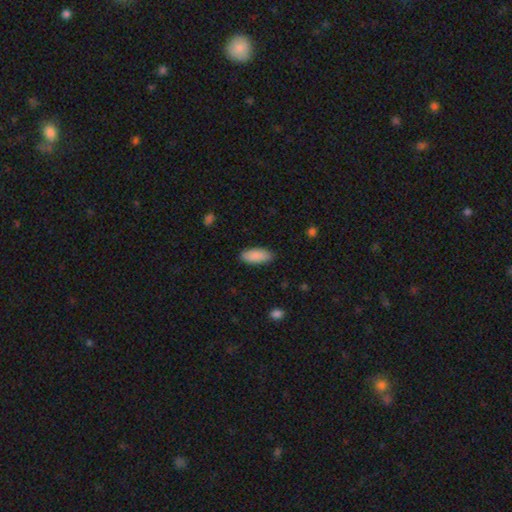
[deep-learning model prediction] This is clearly a smooth galaxy (89%). How rounded: clearly in between (83%). Merging: clearly none (85%).